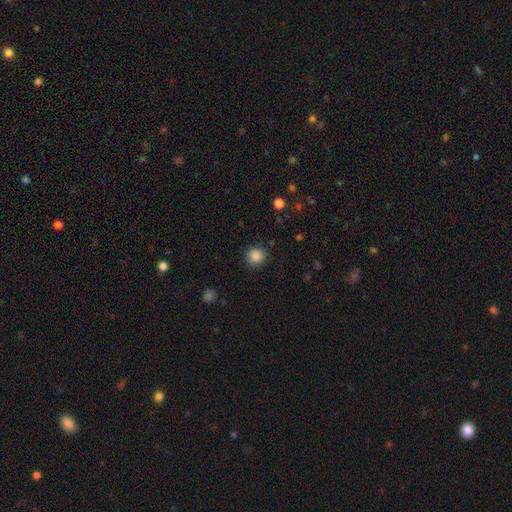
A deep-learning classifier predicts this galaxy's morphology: This appears to be a smooth galaxy with no disk features (86%) that is round (89%). Merging: none (88%).